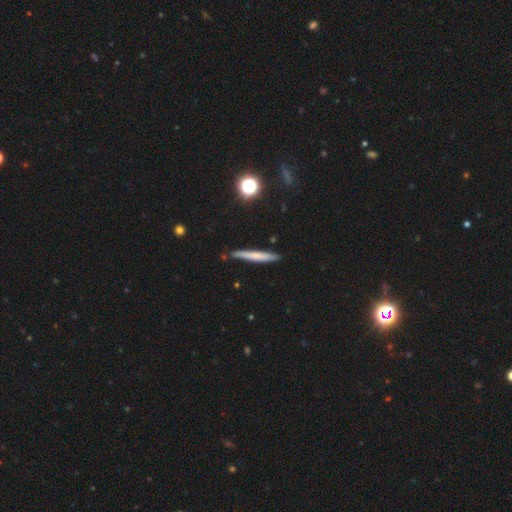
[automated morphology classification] Smooth or featured?
  - smooth: 59% *
  - featured or disk: 34%
  - star or artifact: 8%
How rounded?
  - cigar-shaped: 95% *
  - in between: 3%
  - round: 2%
Merging?
  - none: 86% *
  - minor disturbance: 10%
  - merger: 2%
  - major disturbance: 2%